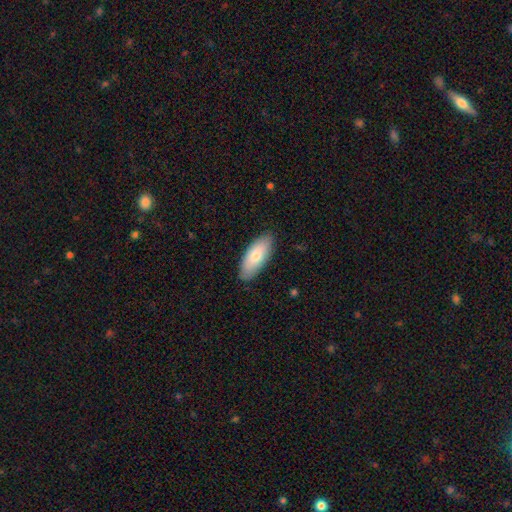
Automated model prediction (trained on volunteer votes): Smooth or featured? smooth (76%)
How rounded? in between (83%)
Merging? none (87%)